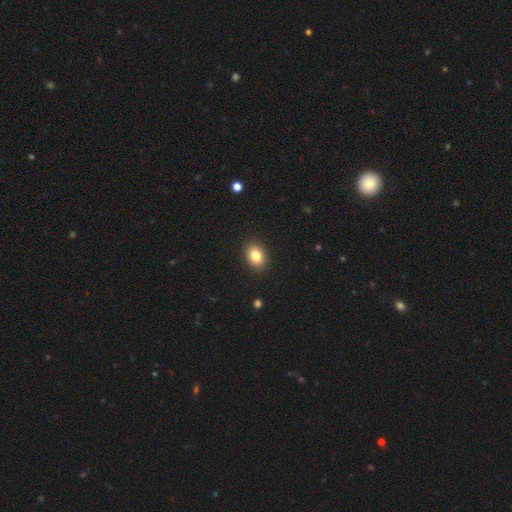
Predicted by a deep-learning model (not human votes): The model was most divided on "how rounded": in between: 72%, round: 27%, cigar-shaped: 1%. More confident: merging — none (90%); smooth or featured — smooth (82%).